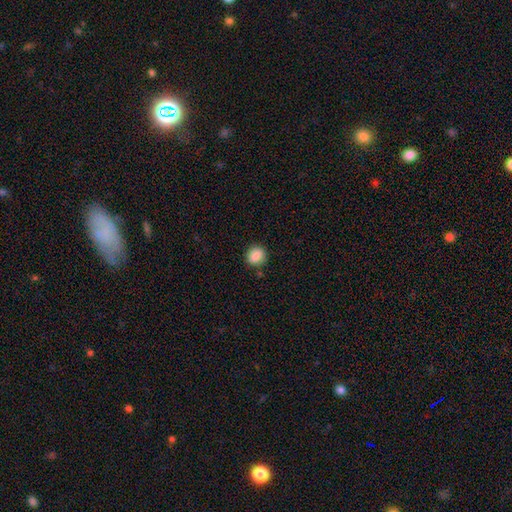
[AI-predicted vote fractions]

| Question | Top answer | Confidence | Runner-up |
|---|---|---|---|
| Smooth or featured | smooth | 88% | star or artifact (9%) |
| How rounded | round | 75% | in between (24%) |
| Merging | none | 84% | minor disturbance (11%) |